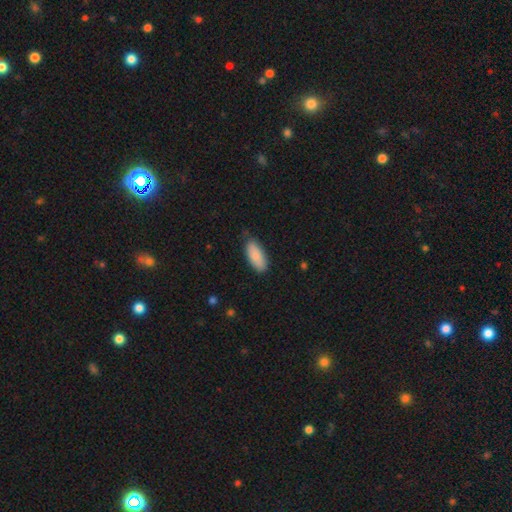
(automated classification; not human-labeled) Q: Smooth or featured?
A: smooth (85%); runner-up: featured or disk (9%)
Q: How rounded?
A: in between (85%); runner-up: cigar-shaped (13%)
Q: Merging?
A: none (73%); runner-up: minor disturbance (22%)